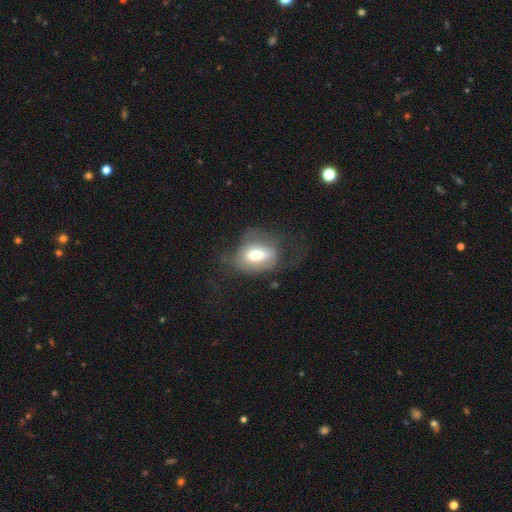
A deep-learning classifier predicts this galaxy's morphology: Smooth or featured?
  - smooth: 55% *
  - featured or disk: 37%
  - star or artifact: 8%
How rounded?
  - in between: 78% *
  - round: 19%
  - cigar-shaped: 4%
Merging?
  - none: 38% *
  - major disturbance: 37%
  - minor disturbance: 23%
  - merger: 2%